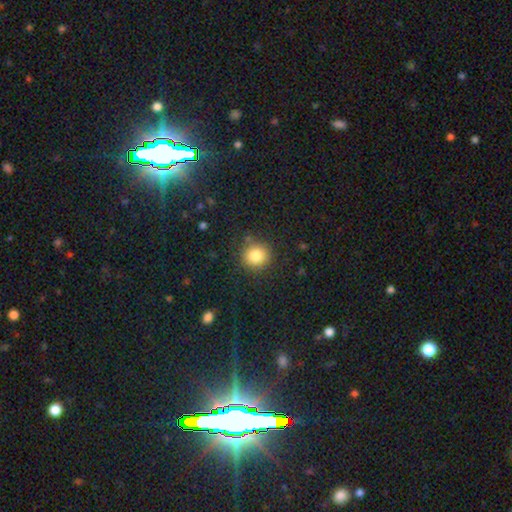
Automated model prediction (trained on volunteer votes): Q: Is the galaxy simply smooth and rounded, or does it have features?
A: smooth — 83%.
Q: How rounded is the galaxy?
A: round — 89%.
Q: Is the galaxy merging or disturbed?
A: none — 86%.